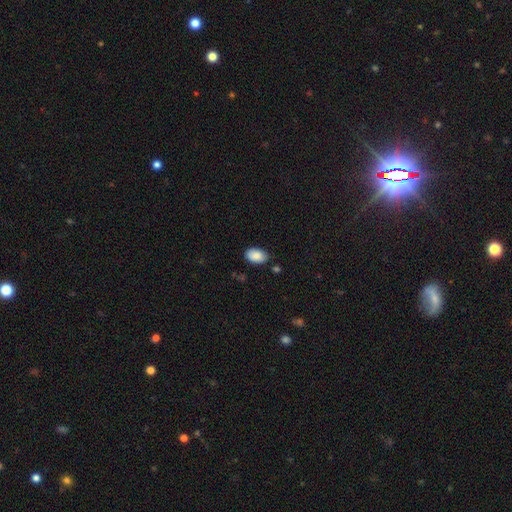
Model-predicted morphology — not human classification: A smooth galaxy with no disk features (87%) that is in between round and cigar-shaped (92%). Merging: none (81%).